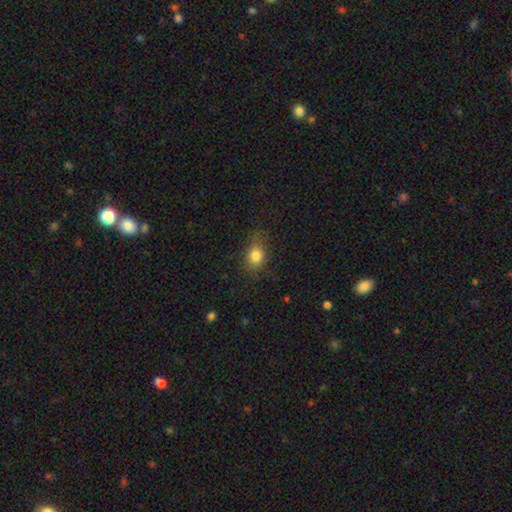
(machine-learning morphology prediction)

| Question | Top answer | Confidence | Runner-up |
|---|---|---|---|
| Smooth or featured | smooth | 81% | star or artifact (11%) |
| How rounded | in between | 55% | round (43%) |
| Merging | none | 72% | minor disturbance (20%) |